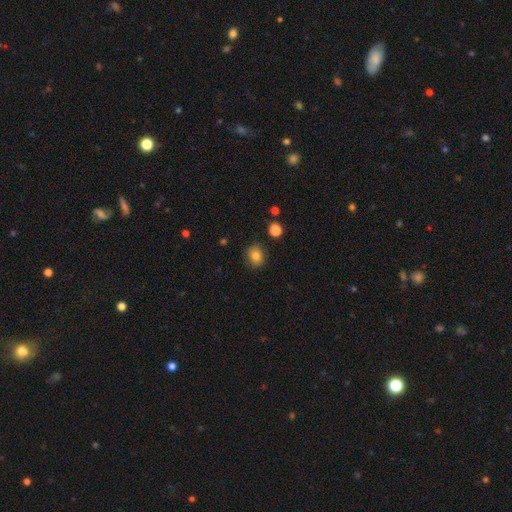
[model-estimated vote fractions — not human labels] The model was most divided on "how rounded": round: 56%, in between: 43%, cigar-shaped: 1%. More confident: merging — none (85%); smooth or featured — smooth (81%).